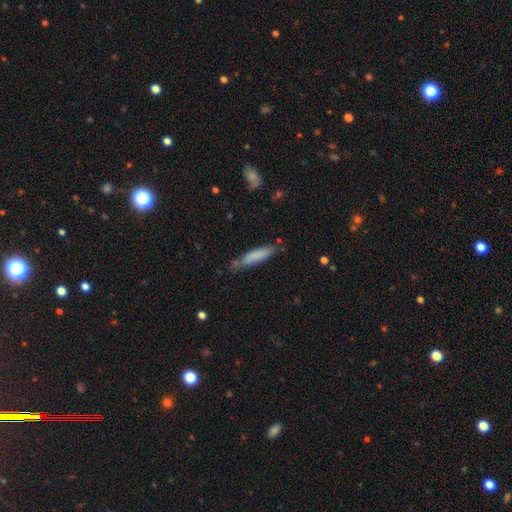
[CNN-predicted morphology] Smooth or featured: smooth — 81% (featured or disk — 13%)
How rounded: cigar-shaped — 81% (in between — 18%)
Merging: none — 69% (minor disturbance — 22%)